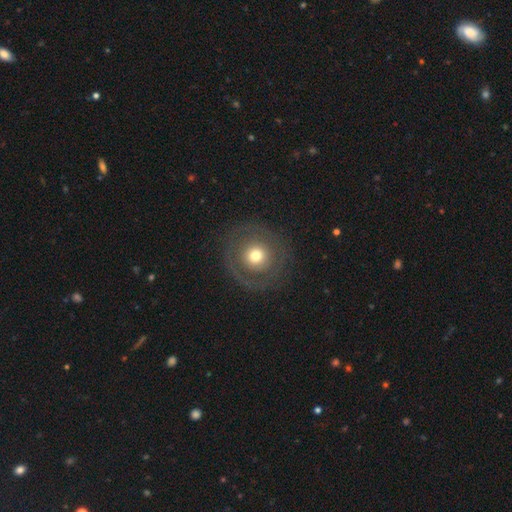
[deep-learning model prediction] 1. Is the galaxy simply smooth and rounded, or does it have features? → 52% smooth, 38% featured or disk, 10% star or artifact.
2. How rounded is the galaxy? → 92% round, 7% in between, 1% cigar-shaped.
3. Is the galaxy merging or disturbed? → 82% none, 10% minor disturbance, 7% major disturbance, 1% merger.